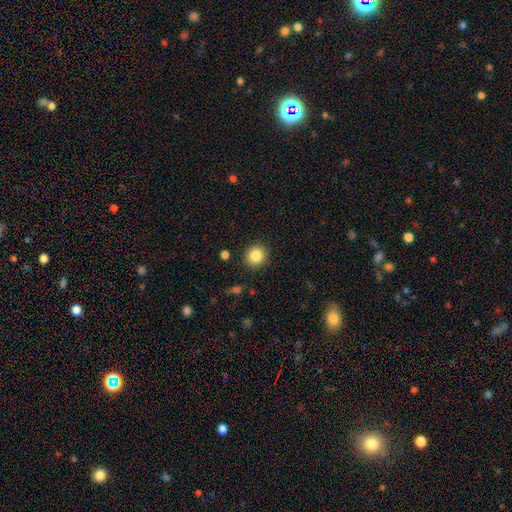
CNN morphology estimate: A smooth galaxy with no disk features (85%) that is round (87%). Merging: none (90%).